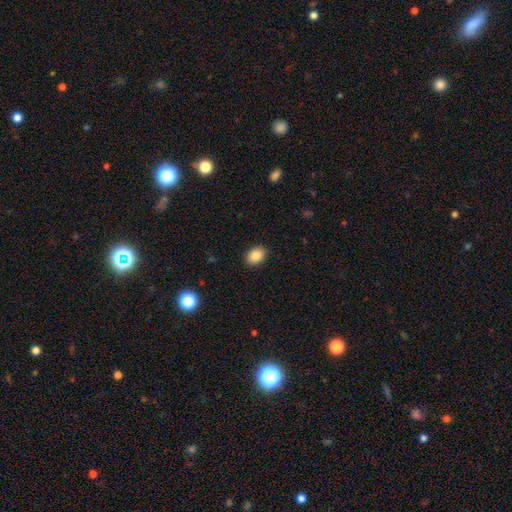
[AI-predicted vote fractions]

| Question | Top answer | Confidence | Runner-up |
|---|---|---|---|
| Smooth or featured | smooth | 87% | star or artifact (8%) |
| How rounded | in between | 71% | round (28%) |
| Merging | none | 90% | minor disturbance (8%) |